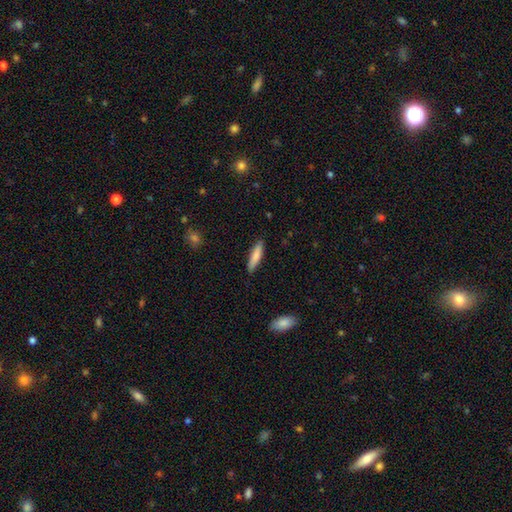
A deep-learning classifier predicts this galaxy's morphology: This appears to be a smooth galaxy with no disk features (80%) that is cigar-shaped (79%). Merging: none (86%).